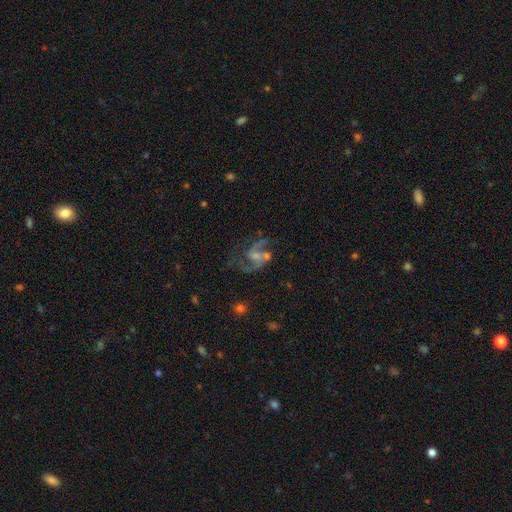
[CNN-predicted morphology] This appears to be a featured or disk galaxy (79%) with no bar (52%), 2 (77%) loose (48%) spiral arms (90%) and a small central bulge (48%). Merging: none (44%).